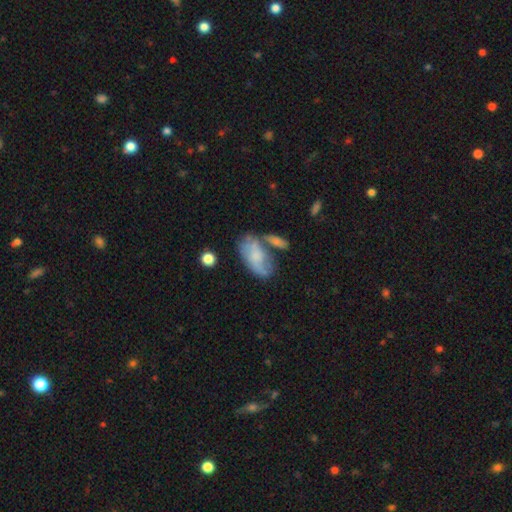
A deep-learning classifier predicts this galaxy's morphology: A smooth galaxy with no disk features (53%) that is in between round and cigar-shaped (90%). Merging: none (37%).